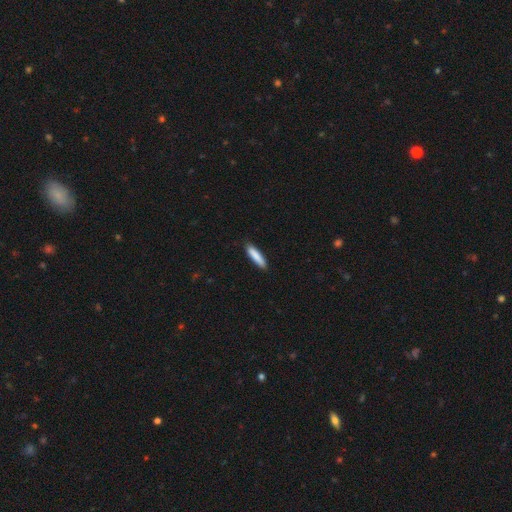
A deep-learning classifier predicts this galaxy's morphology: smooth-or-featured: smooth: 86% | featured or disk: 9% | star or artifact: 5%
  how-rounded: cigar-shaped: 84% | in between: 15% | round: 1%
  merging: none: 88% | minor disturbance: 9% | major disturbance: 2% | merger: 1%